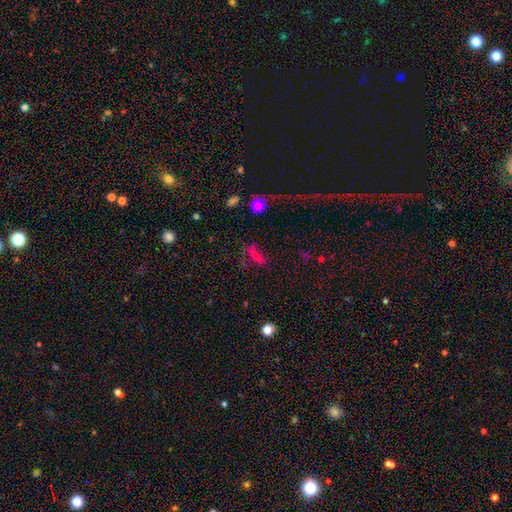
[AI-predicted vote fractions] Q: Smooth or featured?
A: smooth (47%); runner-up: featured or disk (27%)
Q: Merging?
A: none (52%); runner-up: major disturbance (22%)